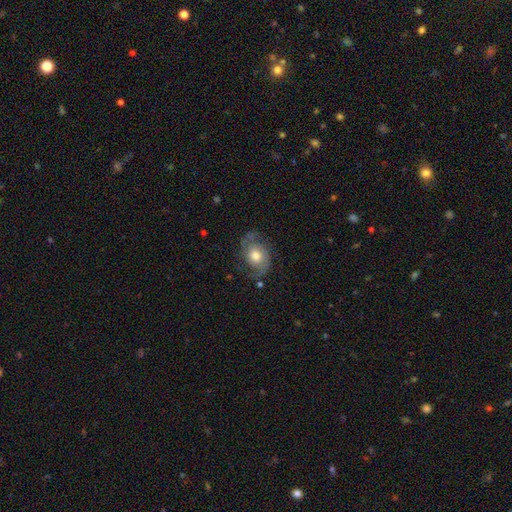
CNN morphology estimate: A featured or disk galaxy (75%) with no bar (75%), 2 (89%) medium (48%) spiral arms (92%) and a moderate central bulge (67%). Merging: none (70%).